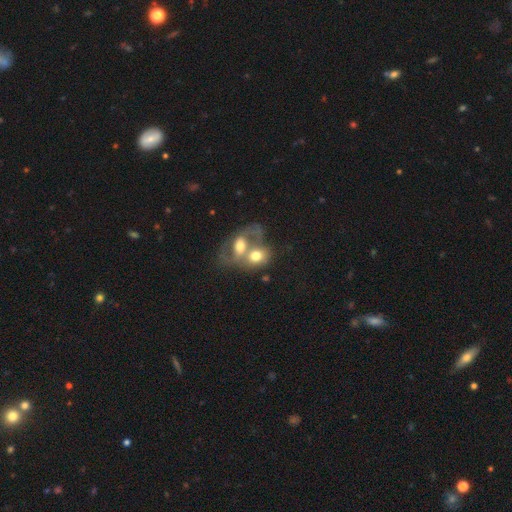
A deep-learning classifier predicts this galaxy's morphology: smooth 53%, featured or disk 38%, star or artifact 9%. Down the decision tree: how rounded — in between (62%); merging — merger (73%).